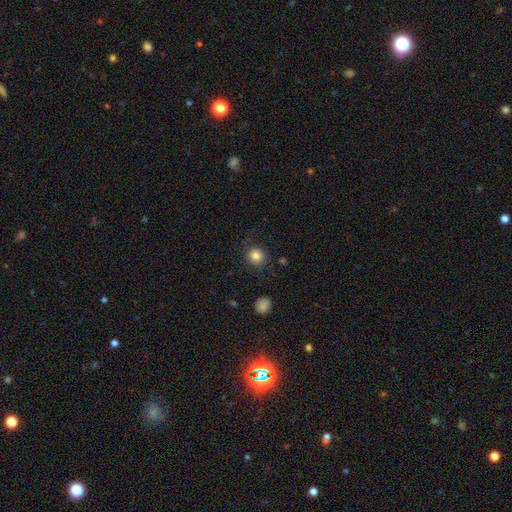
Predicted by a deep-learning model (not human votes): smooth-or-featured: smooth: 83% | star or artifact: 11% | featured or disk: 6%
  how-rounded: round: 90% | in between: 9% | cigar-shaped: 1%
  merging: none: 85% | minor disturbance: 10% | major disturbance: 4% | merger: 2%